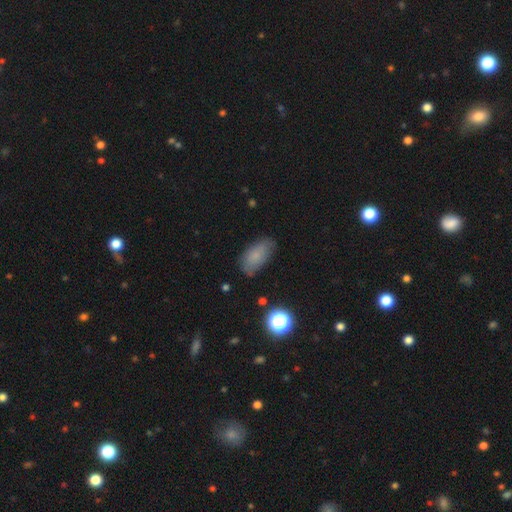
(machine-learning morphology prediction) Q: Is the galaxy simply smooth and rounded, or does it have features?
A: smooth — 79%.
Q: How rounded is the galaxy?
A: in between — 91%.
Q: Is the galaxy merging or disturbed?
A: none — 73%.